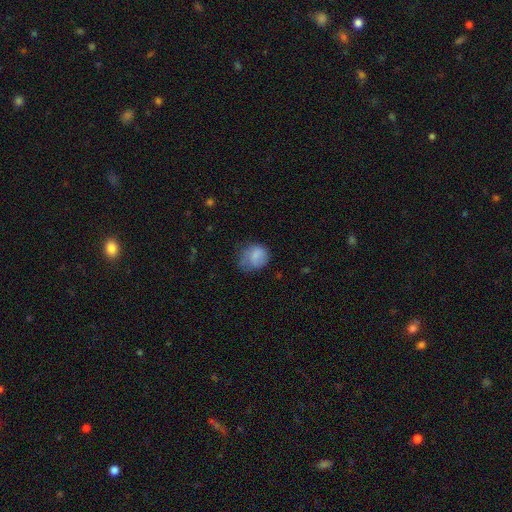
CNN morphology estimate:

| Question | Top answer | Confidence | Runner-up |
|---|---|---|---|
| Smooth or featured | smooth | 80% | featured or disk (11%) |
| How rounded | round | 55% | in between (44%) |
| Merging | none | 46% | minor disturbance (35%) |